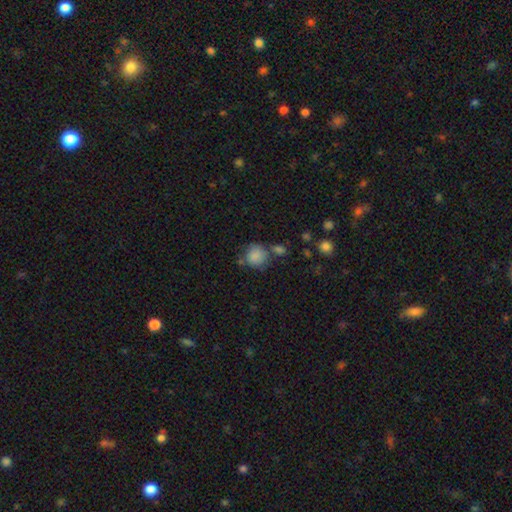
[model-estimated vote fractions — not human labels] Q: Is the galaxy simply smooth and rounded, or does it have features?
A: smooth — 85%.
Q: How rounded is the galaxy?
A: round — 84%.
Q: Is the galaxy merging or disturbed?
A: none — 59%.